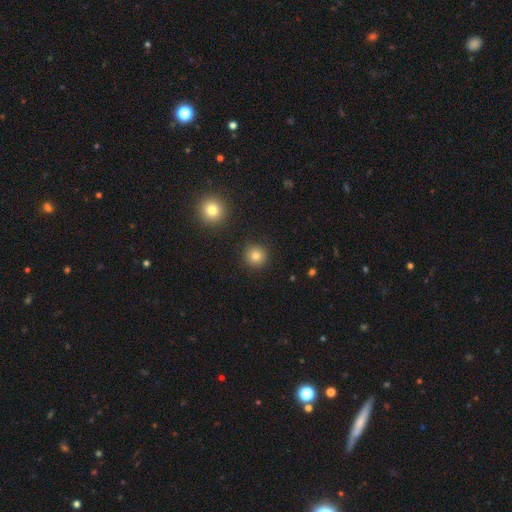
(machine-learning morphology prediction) Smooth or featured: smooth — 81% (star or artifact — 12%)
How rounded: round — 94% (in between — 5%)
Merging: none — 91% (minor disturbance — 6%)